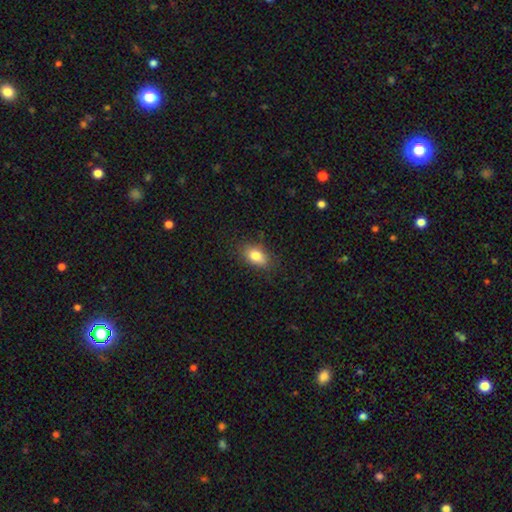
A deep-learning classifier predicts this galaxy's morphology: Smooth or featured: smooth — 80% (featured or disk — 10%)
How rounded: in between — 85% (round — 12%)
Merging: none — 78% (minor disturbance — 16%)